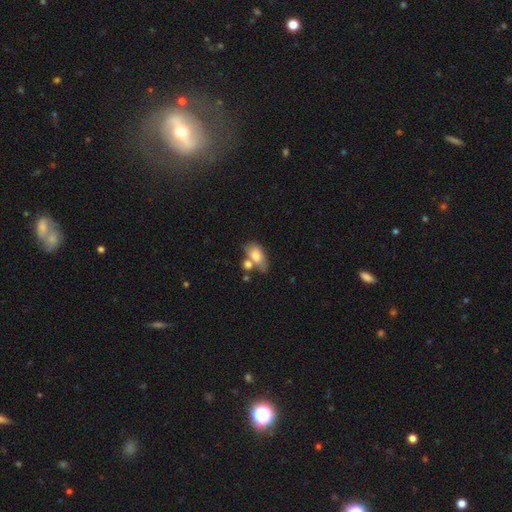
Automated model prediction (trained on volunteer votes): Overall: smooth (73%). How rounded: in between (87%). Merging: merger (38%; none 35%).